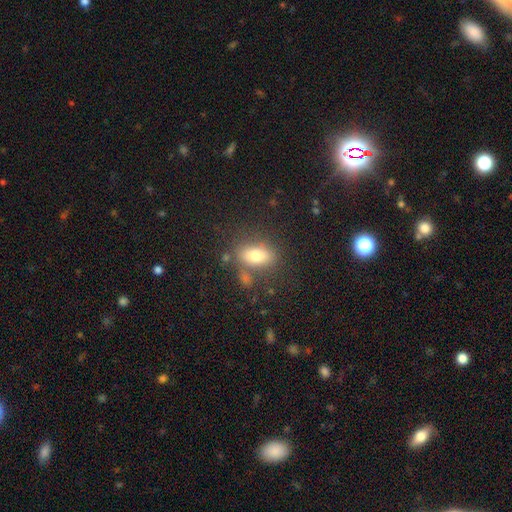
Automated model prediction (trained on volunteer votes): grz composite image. It shows a smooth galaxy with no disk features (75%) that is in between round and cigar-shaped (82%). Merging: none (71%).